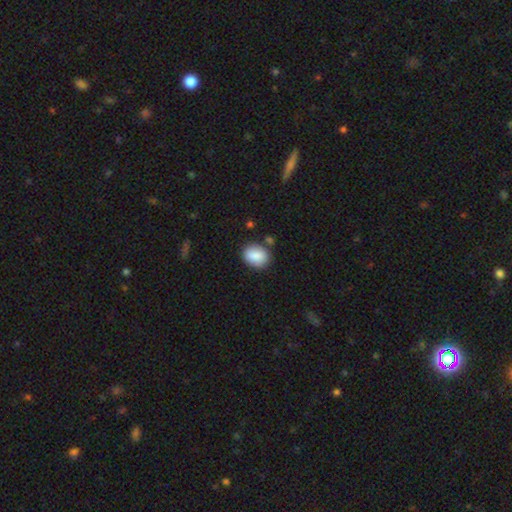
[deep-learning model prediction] Smooth or featured? Predicted: smooth (p=0.86). How rounded? Predicted: in between (p=0.62). Merging? Predicted: none (p=0.76).